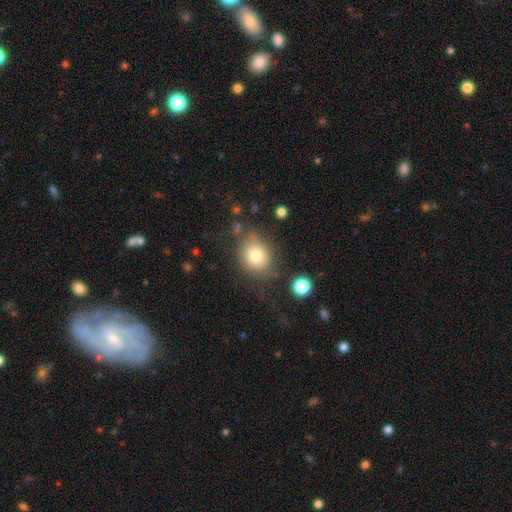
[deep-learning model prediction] A smooth galaxy with no disk features (78%) that is round (63%).

Vote fractions:
- Smooth or featured? smooth: 78% / featured or disk: 11% / star or artifact: 11%
- How rounded? round: 63% / in between: 36% / cigar-shaped: 1%
- Merging? none: 71% / minor disturbance: 16% / major disturbance: 7% / merger: 5%